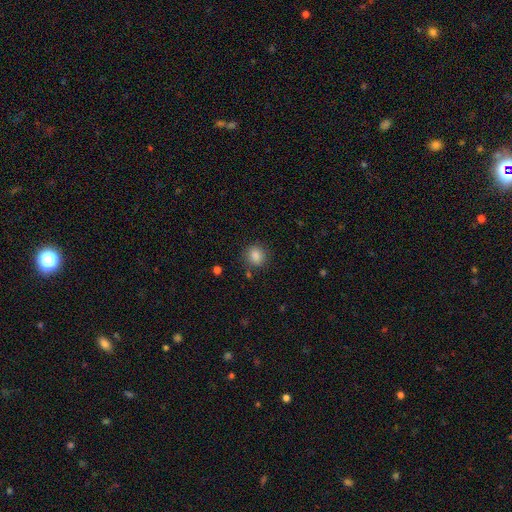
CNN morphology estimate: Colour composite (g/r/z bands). It shows a smooth galaxy with no disk features (86%) that is round (74%). Merging: none (84%).